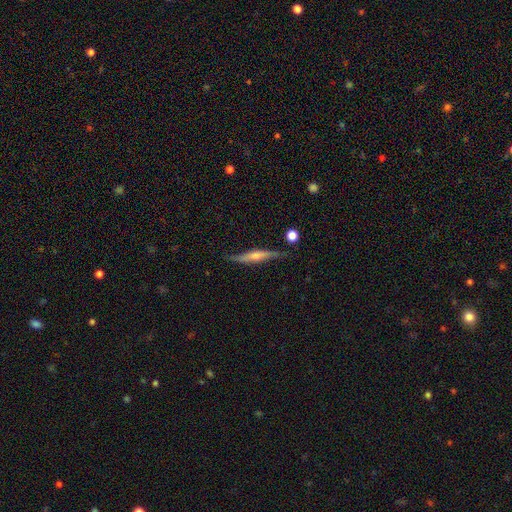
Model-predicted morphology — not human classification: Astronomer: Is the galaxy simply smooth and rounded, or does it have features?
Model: featured or disk — 68%.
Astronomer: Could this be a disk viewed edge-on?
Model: yes — 92%.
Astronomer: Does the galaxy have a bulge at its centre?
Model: rounded — 70%.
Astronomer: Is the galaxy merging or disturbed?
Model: none — 78%.